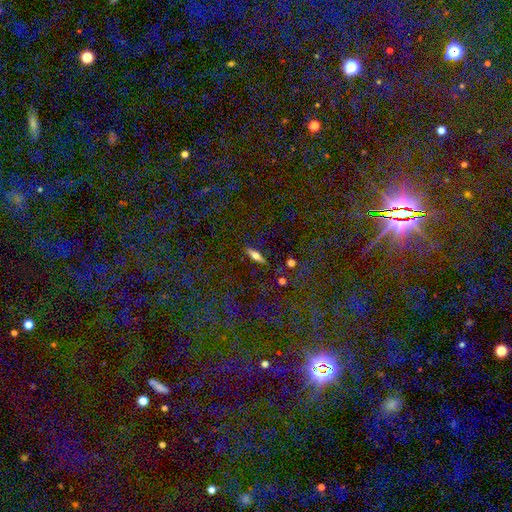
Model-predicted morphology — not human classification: type=smooth (54%); roundness=cigar-shaped (49%); merging=none (87%).